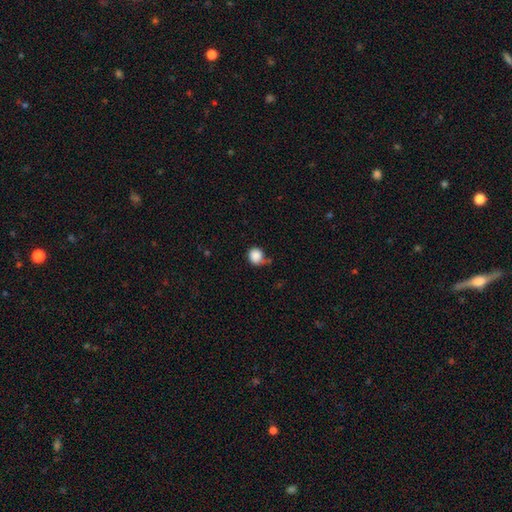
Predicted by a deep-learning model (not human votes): Morphology: type=smooth (87%); roundness=round (85%); merging=none (55%).